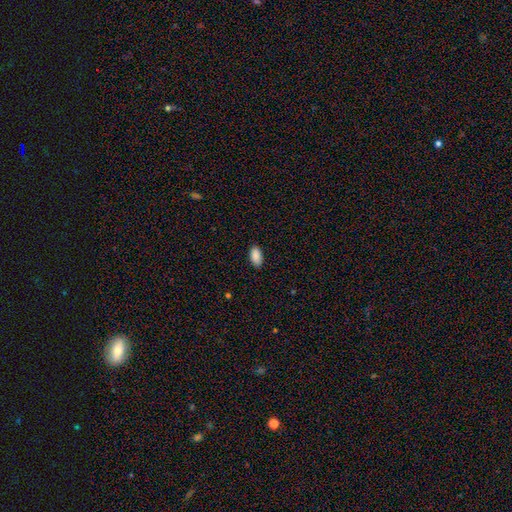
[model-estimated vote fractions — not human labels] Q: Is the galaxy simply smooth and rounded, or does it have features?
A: smooth — 90%.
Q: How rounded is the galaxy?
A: in between — 94%.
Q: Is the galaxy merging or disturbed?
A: none — 88%.